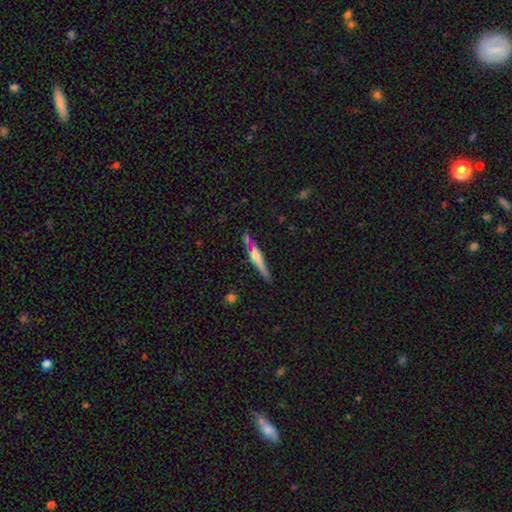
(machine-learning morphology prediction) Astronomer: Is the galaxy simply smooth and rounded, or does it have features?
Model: featured or disk — 57% (runner-up: smooth, 36%).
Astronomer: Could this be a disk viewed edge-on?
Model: yes — 95%.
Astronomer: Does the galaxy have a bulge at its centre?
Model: rounded — 58%.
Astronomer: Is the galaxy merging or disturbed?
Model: none — 73%.